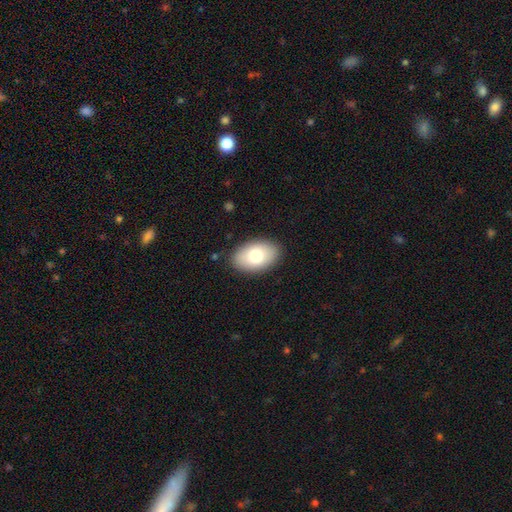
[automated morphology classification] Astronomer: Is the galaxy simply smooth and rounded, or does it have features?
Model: smooth — 76%.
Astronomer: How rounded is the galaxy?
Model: in between — 91%.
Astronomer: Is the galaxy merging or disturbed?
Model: none — 87%.